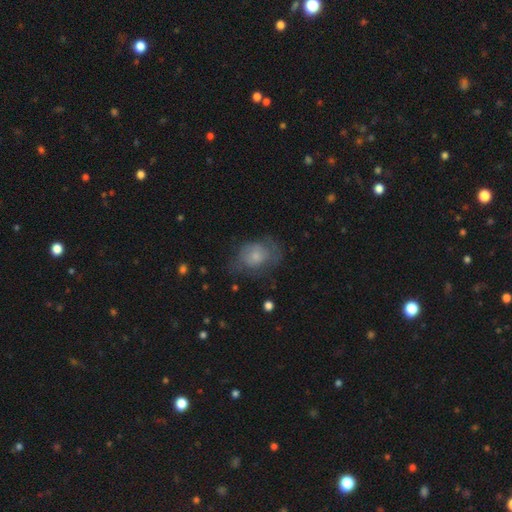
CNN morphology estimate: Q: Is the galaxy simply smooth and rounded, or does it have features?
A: smooth — 60%.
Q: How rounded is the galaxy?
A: in between — 65%.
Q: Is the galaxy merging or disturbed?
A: none — 50%.